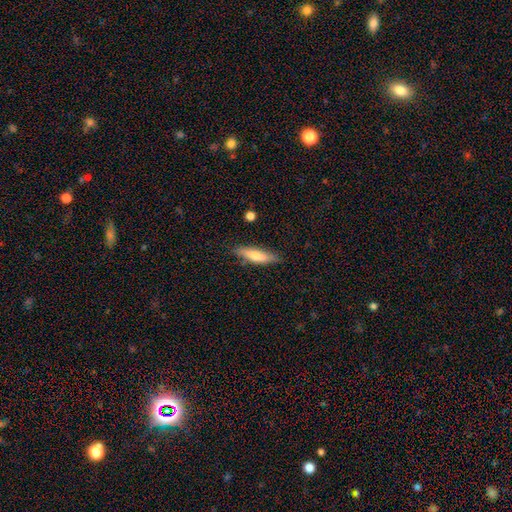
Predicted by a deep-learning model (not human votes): smooth_or_featured: smooth (p=0.61) [alt: featured or disk p=0.32]
how_rounded: cigar-shaped (p=0.70) [alt: in between p=0.28]
merging: none (p=0.82) [alt: minor disturbance p=0.13]